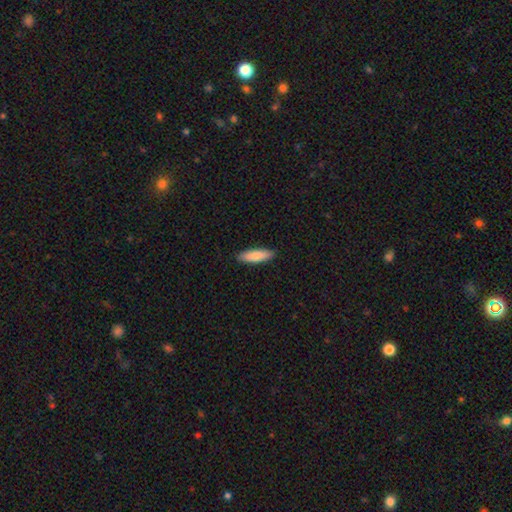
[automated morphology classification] smooth 82%, featured or disk 12%, star or artifact 6%. Down the decision tree: how rounded — cigar-shaped (58%); merging — none (90%).